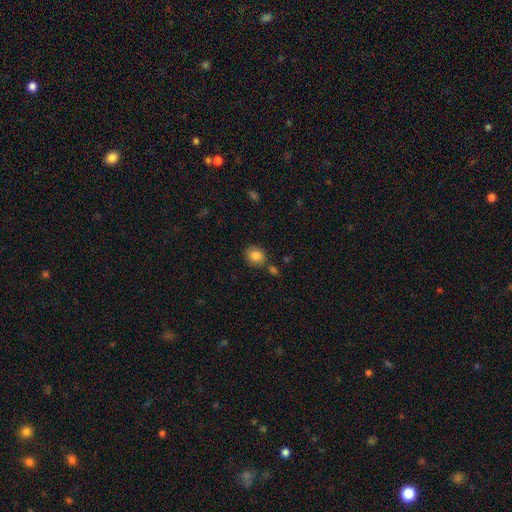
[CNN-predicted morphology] Q: Smooth or featured?
A: smooth (84%); runner-up: star or artifact (9%)
Q: How rounded?
A: round (72%); runner-up: in between (28%)
Q: Merging?
A: none (78%); runner-up: minor disturbance (12%)